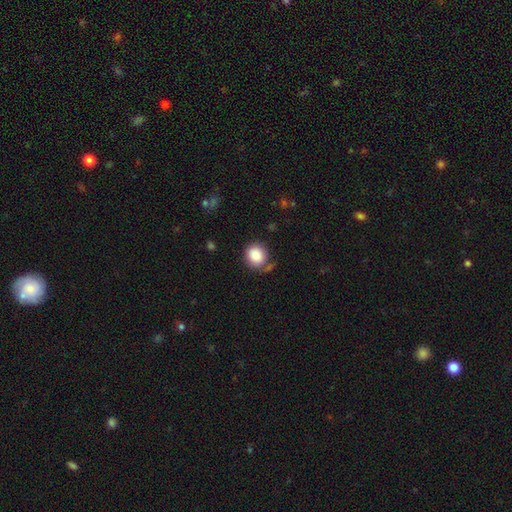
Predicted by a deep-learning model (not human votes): Smooth or featured?
  - smooth: 86% *
  - star or artifact: 8%
  - featured or disk: 6%
How rounded?
  - round: 79% *
  - in between: 20%
  - cigar-shaped: 1%
Merging?
  - none: 69% *
  - minor disturbance: 17%
  - merger: 7%
  - major disturbance: 6%